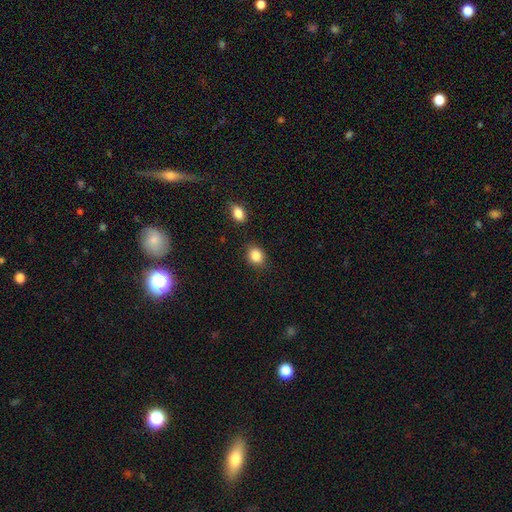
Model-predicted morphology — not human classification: type=smooth (86%); roundness=round (54%); merging=none (83%).